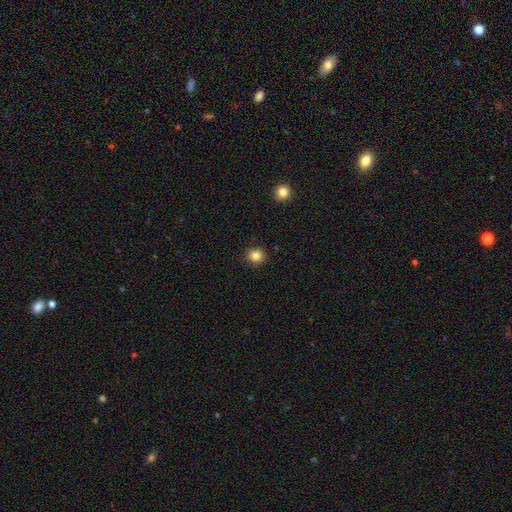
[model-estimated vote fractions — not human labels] smooth_or_featured: smooth (p=0.84) [alt: star or artifact p=0.12]
how_rounded: round (p=0.88) [alt: in between p=0.11]
merging: none (p=0.91) [alt: minor disturbance p=0.06]